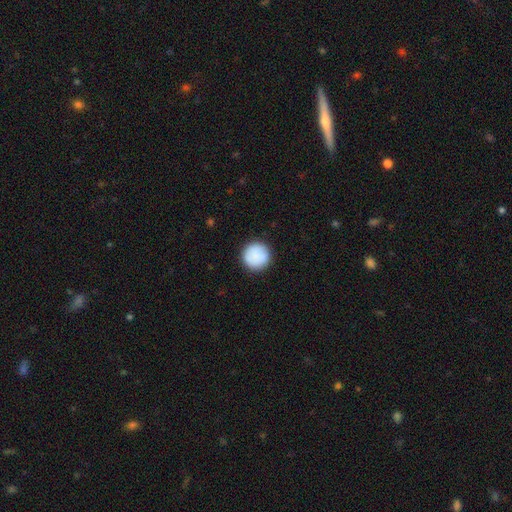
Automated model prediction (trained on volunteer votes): smooth 88%, star or artifact 7%, featured or disk 5%. Down the decision tree: how rounded — round (96%); merging — none (90%).